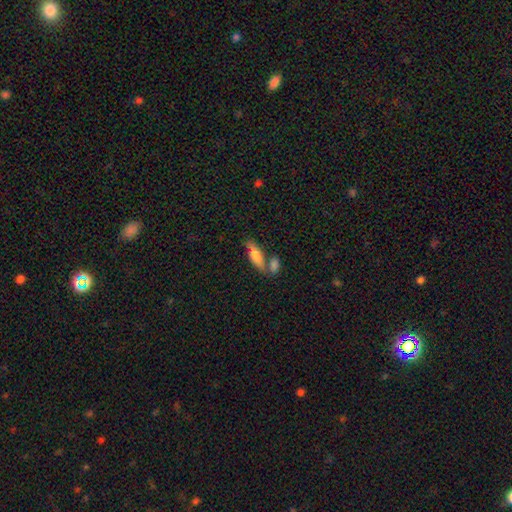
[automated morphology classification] Smooth or featured: smooth — 64% (featured or disk — 29%)
How rounded: in between — 52% (cigar-shaped — 45%)
Merging: none — 57% (merger — 24%)